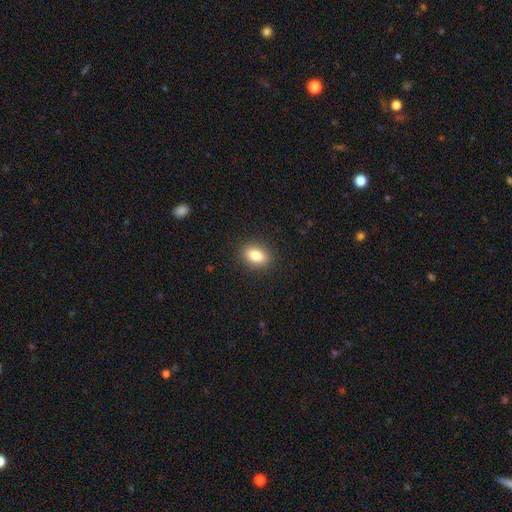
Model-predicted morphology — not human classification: Q: Smooth or featured?
A: smooth (84%); runner-up: star or artifact (9%)
Q: How rounded?
A: in between (82%); runner-up: round (15%)
Q: Merging?
A: none (89%); runner-up: minor disturbance (8%)